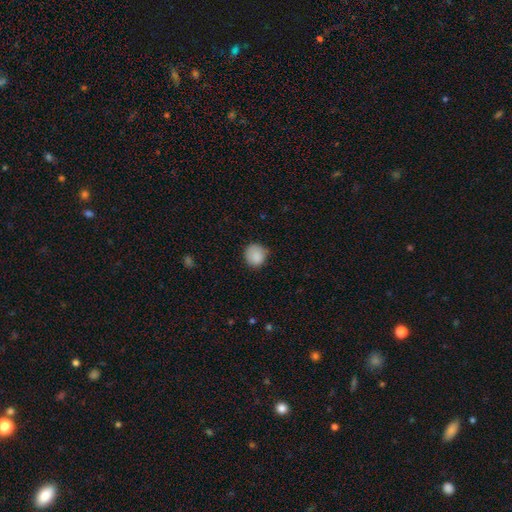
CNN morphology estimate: Smooth or featured? smooth (88%)
How rounded? round (89%)
Merging? none (78%)